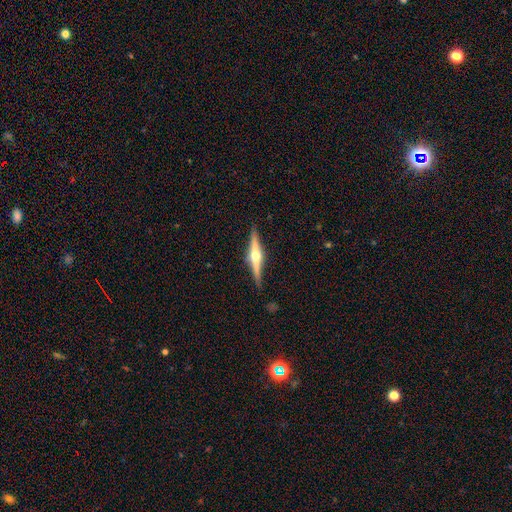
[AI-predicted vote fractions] This is clearly a featured or disk galaxy (80%). It is clearly viewed edge-on (98%). Edge-on bulge: clearly rounded (95%). Merging: clearly none (90%).